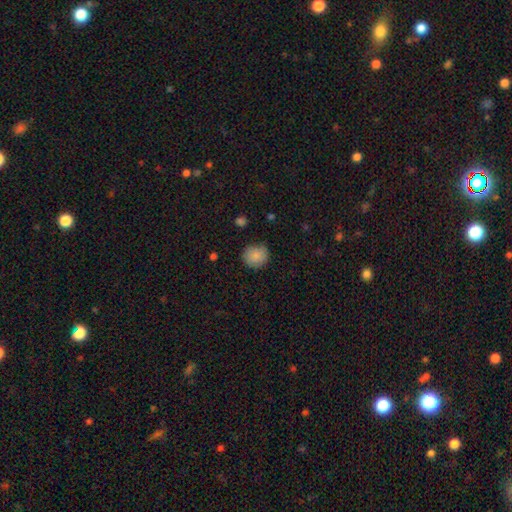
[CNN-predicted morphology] This appears to be a smooth galaxy with no disk features (85%) that is round (81%). Merging: none (82%).